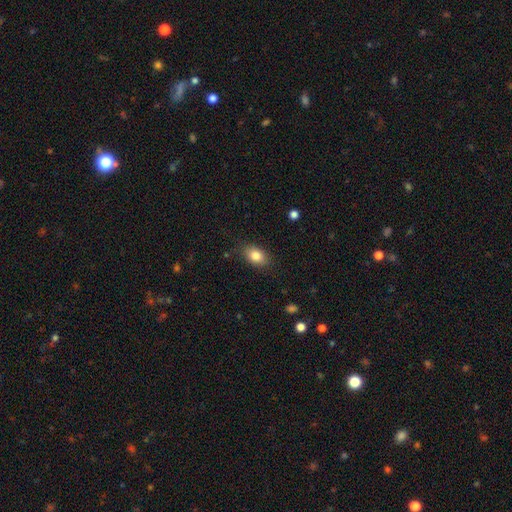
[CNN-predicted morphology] Smooth or featured? Predicted: smooth (p=0.83). How rounded? Predicted: in between (p=0.83). Merging? Predicted: none (p=0.83).